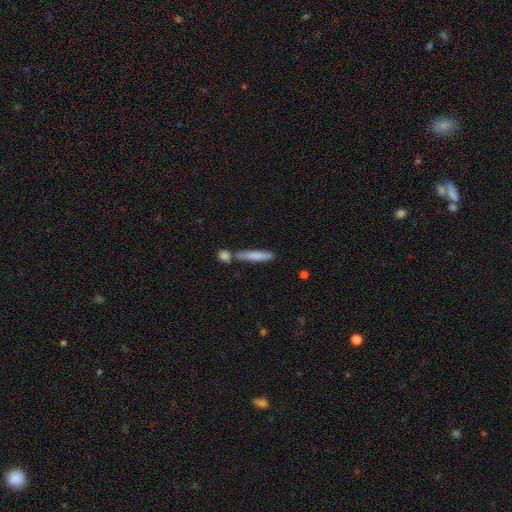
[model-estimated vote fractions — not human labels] The model was most divided on "merging": none: 67%, merger: 18%, minor disturbance: 12%, major disturbance: 3%. More confident: how rounded — cigar-shaped (90%); smooth or featured — smooth (74%).